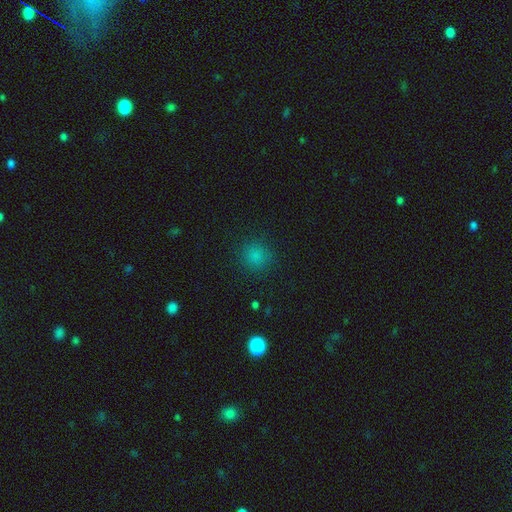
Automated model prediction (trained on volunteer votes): This appears to be a smooth galaxy with no disk features (79%) that is round (91%). Merging: none (88%).